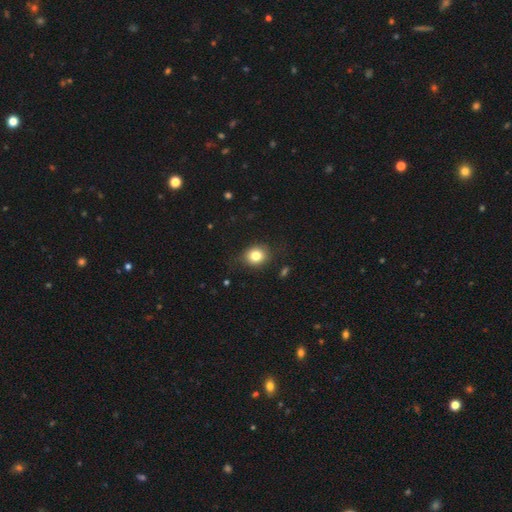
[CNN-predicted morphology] A smooth galaxy with no disk features (81%) that is round (67%). Merging: none (81%).